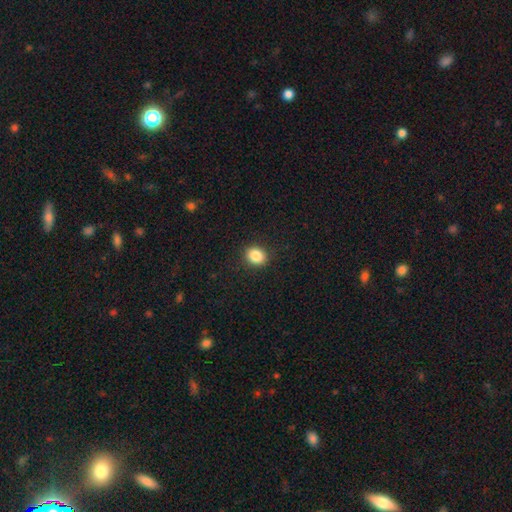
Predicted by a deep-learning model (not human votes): A smooth galaxy with no disk features (86%) that is round (60%). Merging: none (90%).